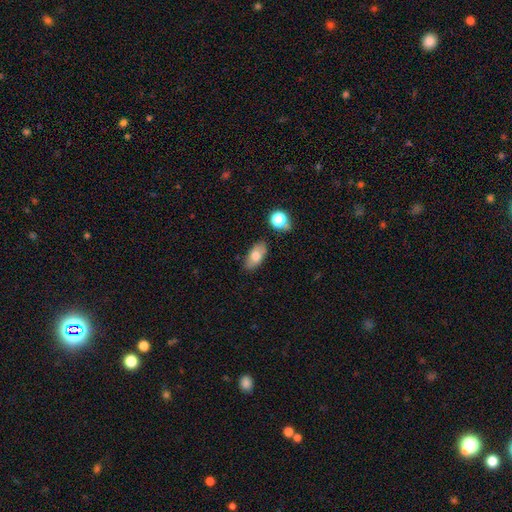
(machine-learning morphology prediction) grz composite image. It shows a smooth galaxy with no disk features (76%) that is in between round and cigar-shaped (90%). Merging: none (81%).